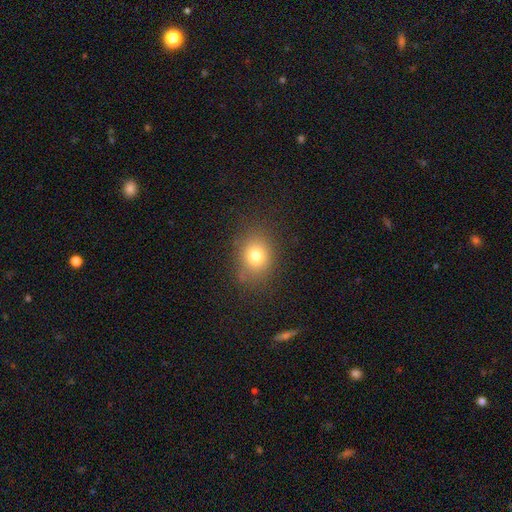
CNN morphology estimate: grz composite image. It shows a smooth galaxy with no disk features (76%) that is round (59%). Merging: none (81%).